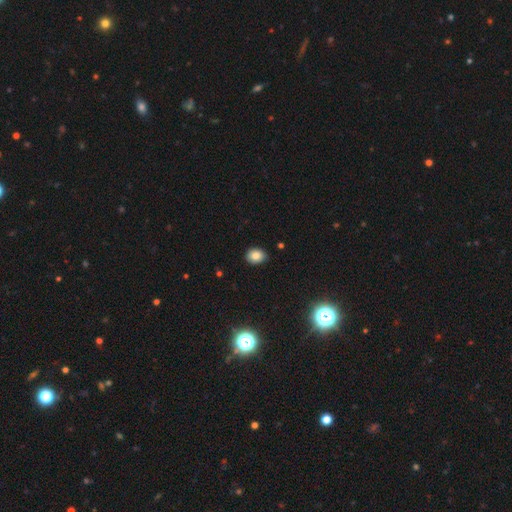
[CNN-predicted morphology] smooth_or_featured: smooth (p=0.83) [alt: star or artifact p=0.11]
how_rounded: in between (p=0.55) [alt: round p=0.44]
merging: none (p=0.86) [alt: minor disturbance p=0.11]